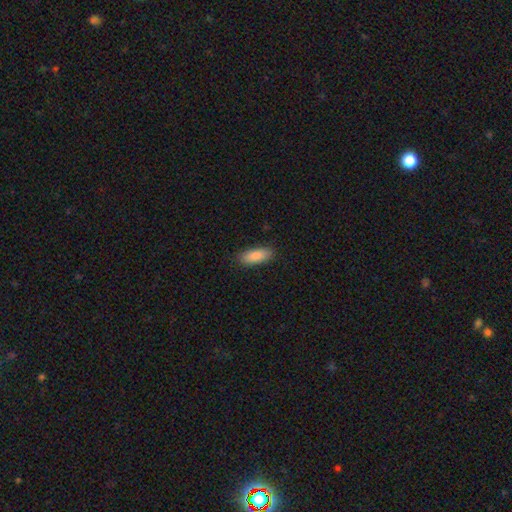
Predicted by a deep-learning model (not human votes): smooth-or-featured: smooth: 88% | star or artifact: 6% | featured or disk: 6%
  how-rounded: in between: 73% | cigar-shaped: 25% | round: 2%
  merging: none: 88% | minor disturbance: 9% | major disturbance: 2% | merger: 1%